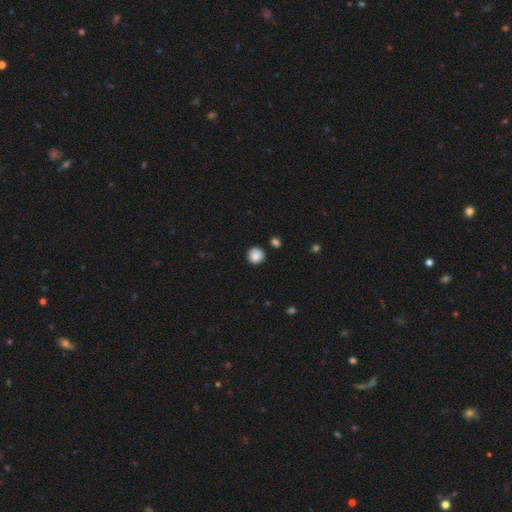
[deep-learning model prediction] smooth_or_featured: smooth (p=0.87) [alt: star or artifact p=0.09]
how_rounded: round (p=0.94) [alt: in between p=0.05]
merging: none (p=0.88) [alt: minor disturbance p=0.07]